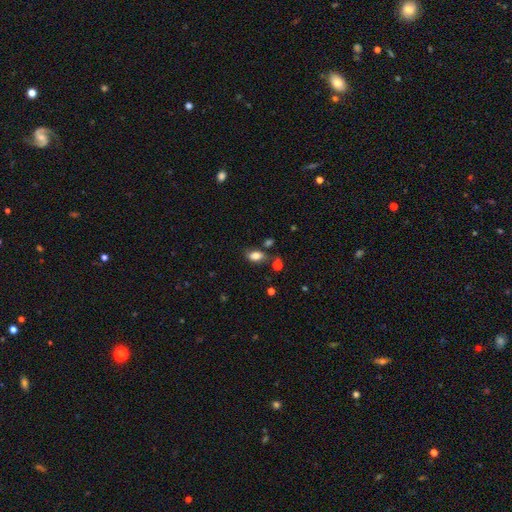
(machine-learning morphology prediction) This appears to be a smooth galaxy with no disk features (81%) that is in between round and cigar-shaped (88%). Merging: none (68%).